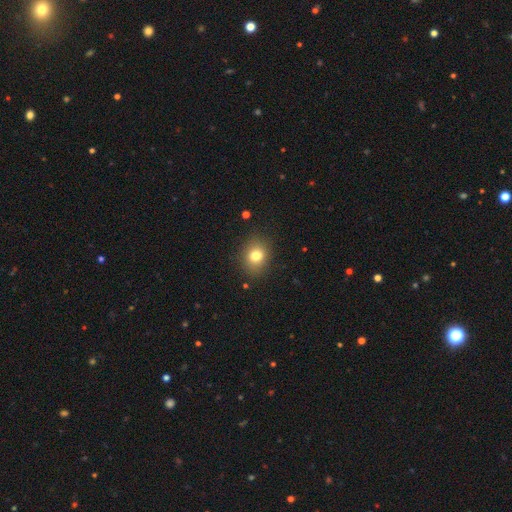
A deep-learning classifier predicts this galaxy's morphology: This is likely a smooth galaxy (79%). How rounded: possibly round (54%). Merging: clearly none (86%).